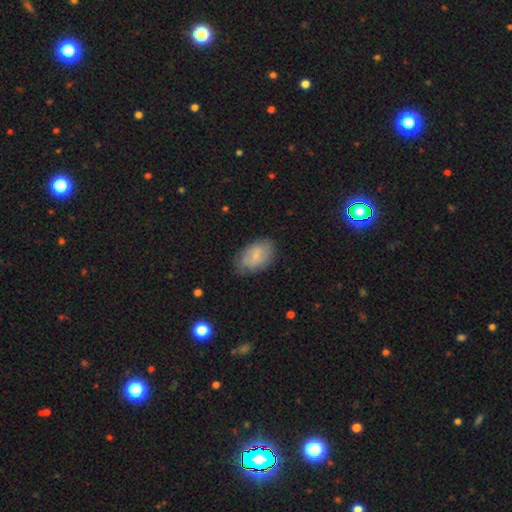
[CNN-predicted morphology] This appears to be a smooth galaxy with no disk features (72%) that is in between round and cigar-shaped (91%). Merging: none (72%).